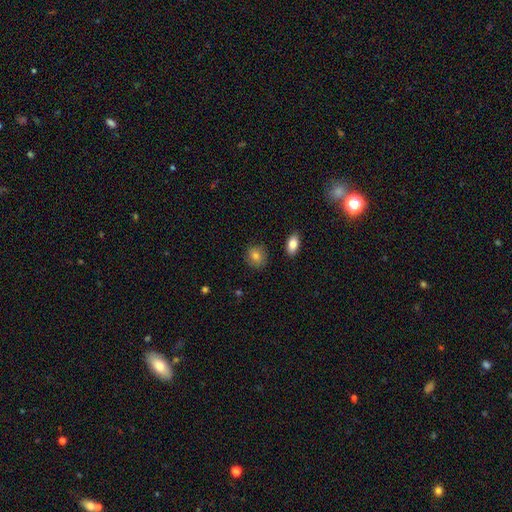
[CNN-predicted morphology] This is likely a smooth galaxy (79%). How rounded: likely round (60%). Merging: clearly none (85%).